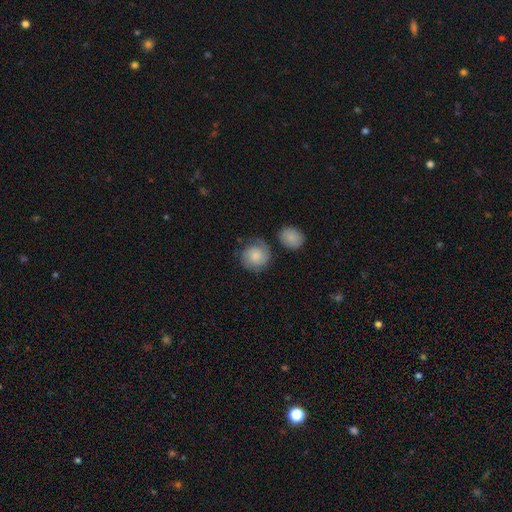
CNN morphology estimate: Smooth or featured? Predicted: smooth (p=0.63). How rounded? Predicted: round (p=0.85). Merging? Predicted: none (p=0.68).